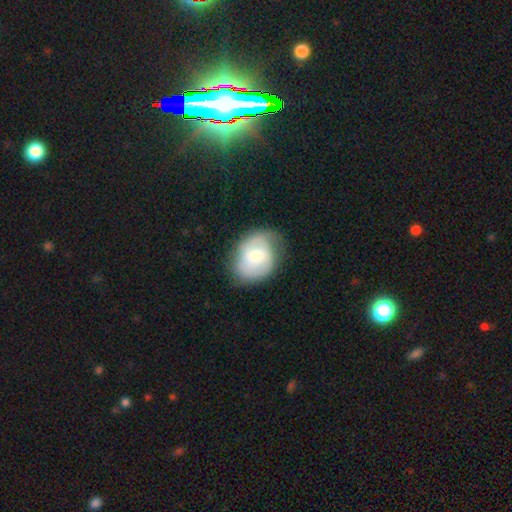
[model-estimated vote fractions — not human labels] This is possibly a smooth galaxy (50%). Merging: likely none (65%).